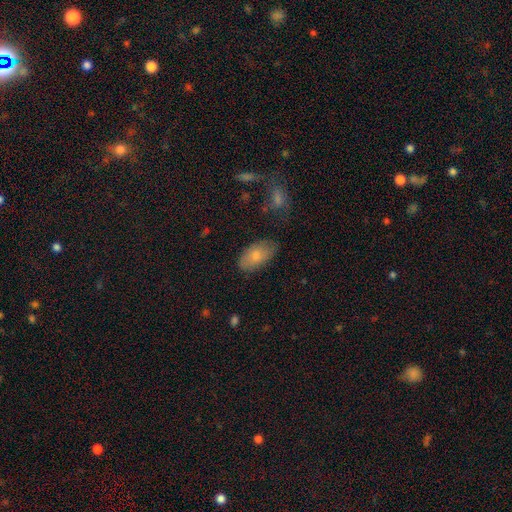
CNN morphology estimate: This is likely a smooth galaxy (78%). How rounded: clearly in between (94%). Merging: likely none (76%).